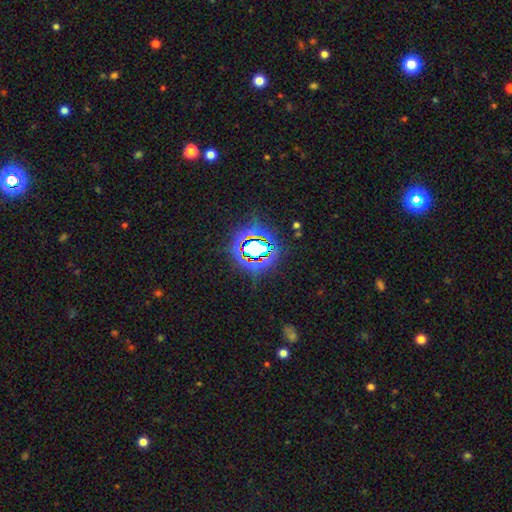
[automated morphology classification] This is likely a star or artifact rather than a galaxy (79%).